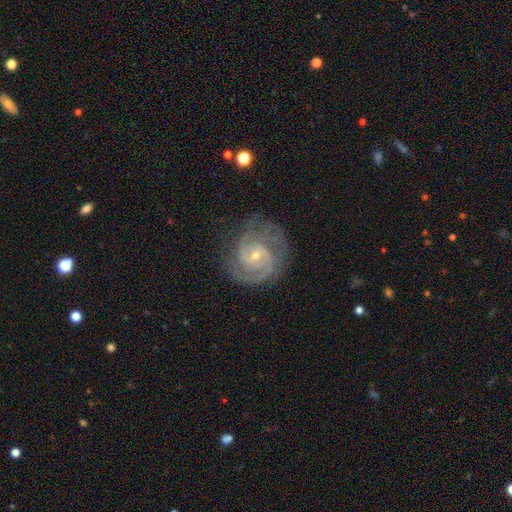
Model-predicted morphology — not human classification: A featured or disk galaxy (87%) with no bar (51%), 2 (50%) tight (57%) spiral arms (96%) and a small central bulge (69%). Merging: none (68%).